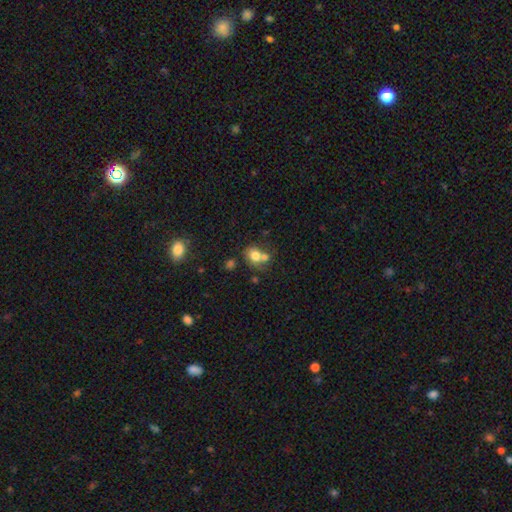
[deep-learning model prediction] smooth 74%, featured or disk 14%, star or artifact 11%. Down the decision tree: how rounded — round (59%); merging — merger (46%).